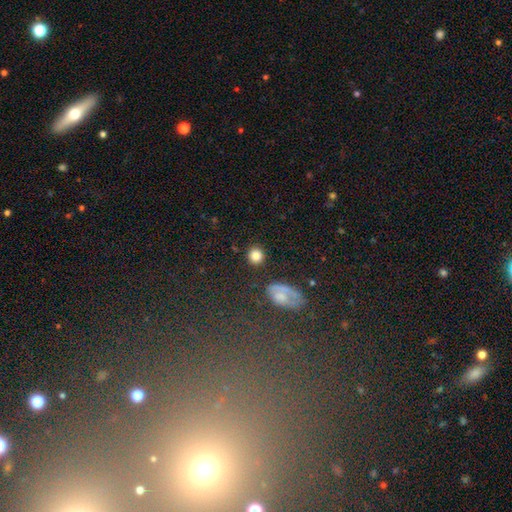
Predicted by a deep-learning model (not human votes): Morphology: type=smooth (83%); roundness=round (90%); merging=none (85%).